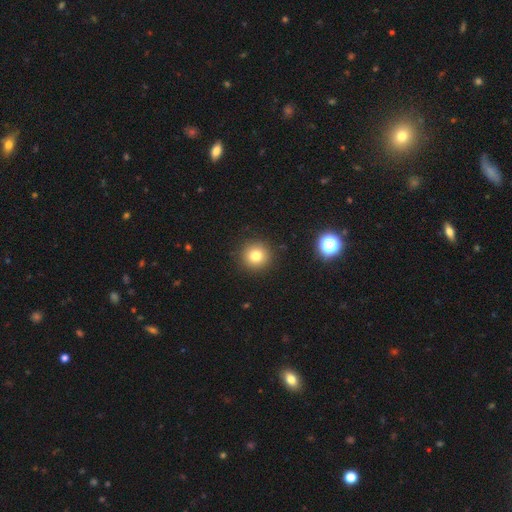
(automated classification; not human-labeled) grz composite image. It shows a smooth galaxy with no disk features (78%) that is round (95%). Merging: none (91%).